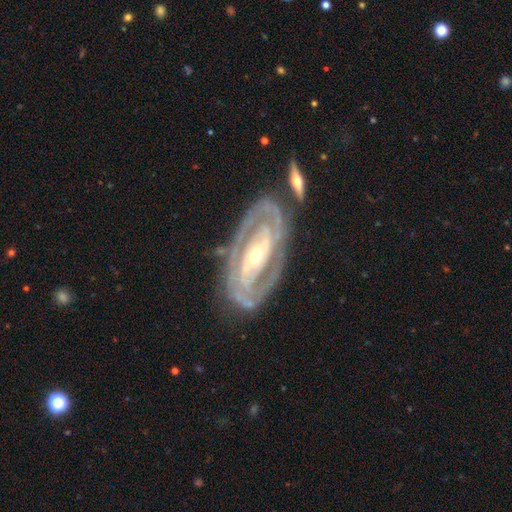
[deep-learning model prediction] Morphology: type=featured or disk (89%); edge-on=no (94%); bar=strong (43%); spiral arms=yes (93%); winding=tight (68%); arm count=2 (71%); bulge=small (53%); merging=none (75%).